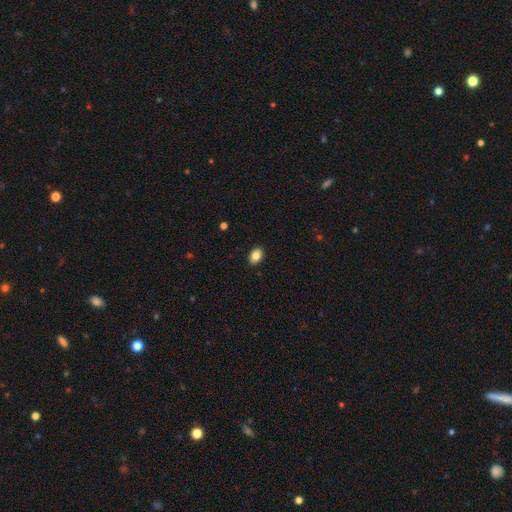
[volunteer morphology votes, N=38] Smooth or featured? 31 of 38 (82%) said smooth. How rounded? 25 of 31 (81%) said in between. Merging? 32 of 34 (94%) said none.